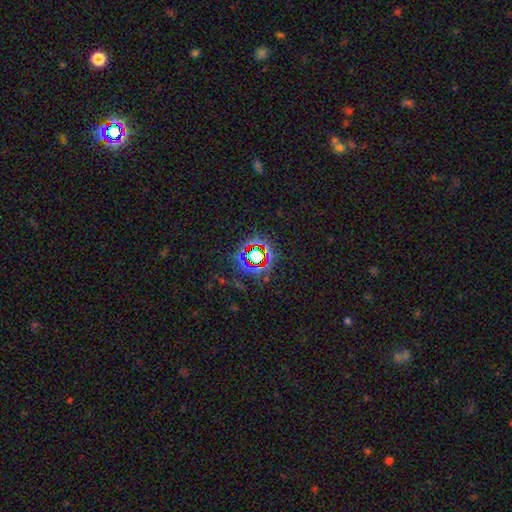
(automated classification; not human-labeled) Overall: star or artifact (75%).